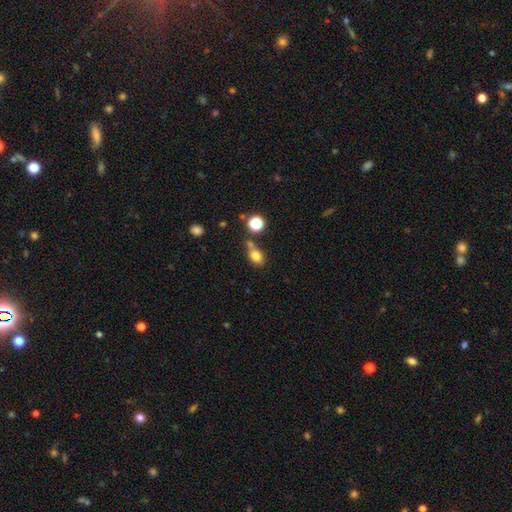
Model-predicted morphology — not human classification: Smooth or featured? Predicted: smooth (p=0.79). How rounded? Predicted: in between (p=0.62). Merging? Predicted: none (p=0.52).